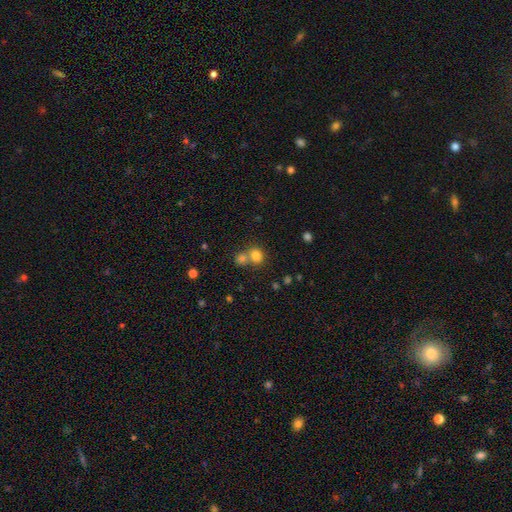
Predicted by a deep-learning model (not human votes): Smooth or featured: smooth — 79% (star or artifact — 13%)
How rounded: round — 74% (in between — 25%)
Merging: merger — 45% (tied with none — 45%)